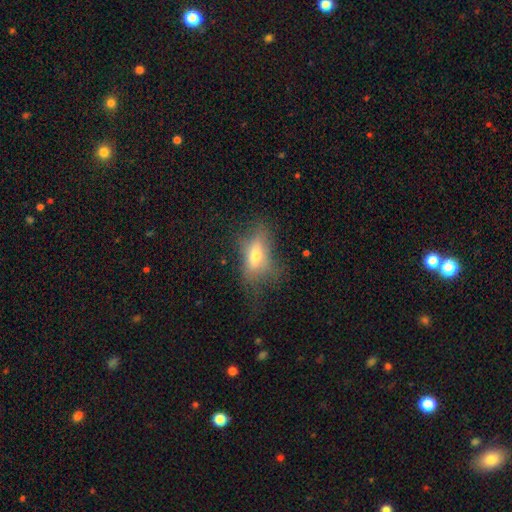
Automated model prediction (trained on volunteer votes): Smooth or featured?
  - smooth: 59% *
  - featured or disk: 29%
  - star or artifact: 12%
How rounded?
  - in between: 78% *
  - cigar-shaped: 13%
  - round: 8%
Merging?
  - none: 43% *
  - major disturbance: 29%
  - minor disturbance: 26%
  - merger: 2%